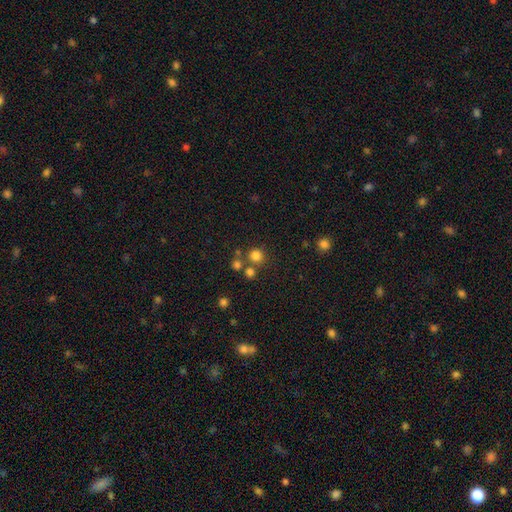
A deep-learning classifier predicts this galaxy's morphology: The model was most divided on "merging": none: 72%, merger: 17%, minor disturbance: 7%, major disturbance: 3%. More confident: how rounded — round (92%); smooth or featured — smooth (78%).